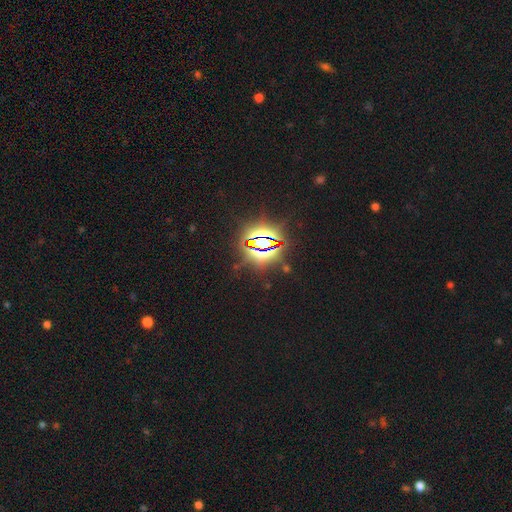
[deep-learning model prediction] Morphology: type=star or artifact (85%).